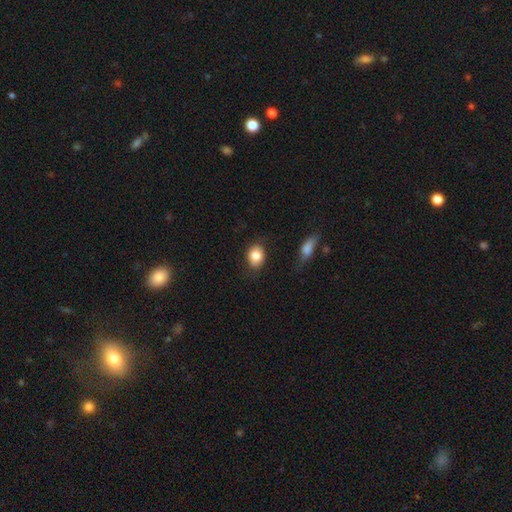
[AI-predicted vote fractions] Overall: smooth (82%). How rounded: in between (55%; round 43%). Merging: none (76%).